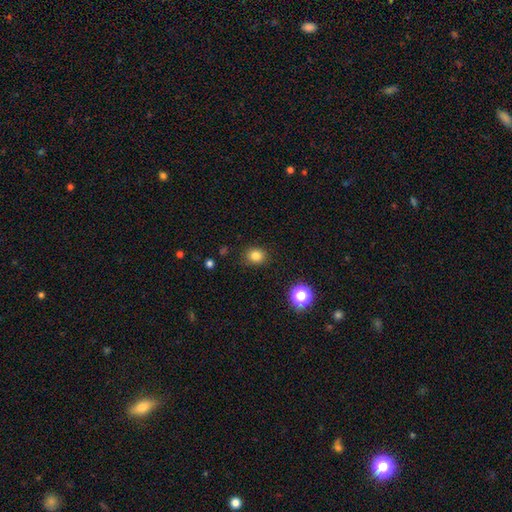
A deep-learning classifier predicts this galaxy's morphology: Smooth or featured? smooth (82%)
How rounded? round (72%)
Merging? none (87%)